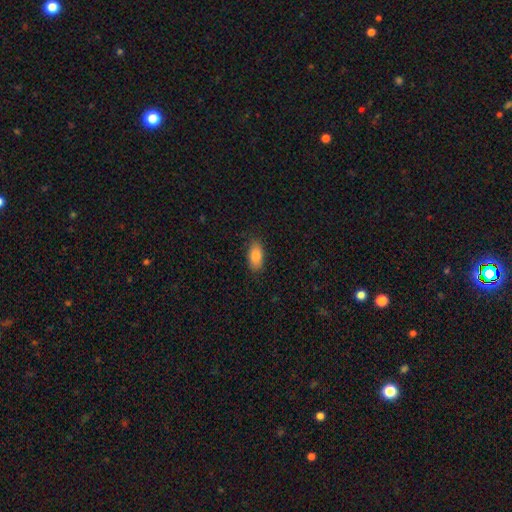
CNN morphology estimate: type=smooth (86%); roundness=in between (89%); merging=none (82%).